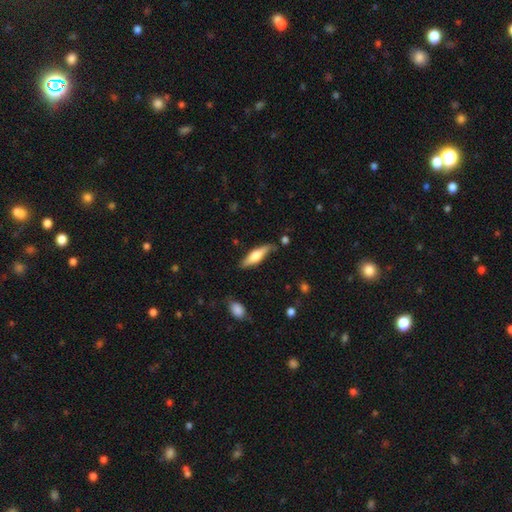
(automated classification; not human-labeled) smooth-or-featured: smooth: 49% | featured or disk: 46% | star or artifact: 5%
  merging: none: 74% | minor disturbance: 19% | major disturbance: 4% | merger: 4%